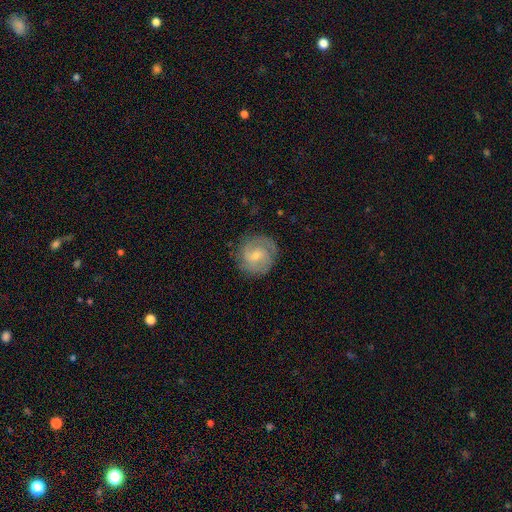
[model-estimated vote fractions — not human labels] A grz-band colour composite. It shows a featured or disk galaxy (73%) with a weak bar (54%), 2 (61%) tight (48%) spiral arms (93%) and a small central bulge (53%). Merging: none (80%).